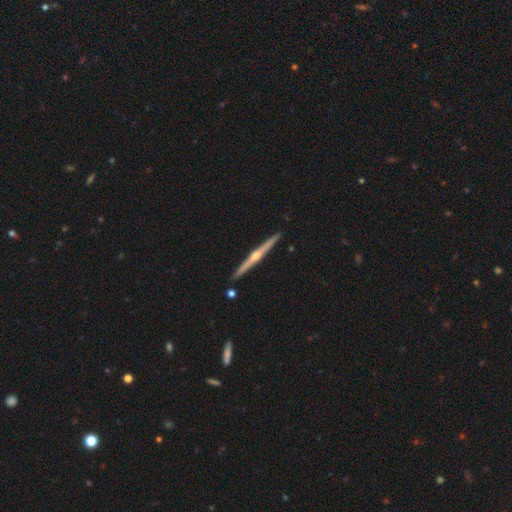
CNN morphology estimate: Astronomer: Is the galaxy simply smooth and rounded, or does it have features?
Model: featured or disk — 82%.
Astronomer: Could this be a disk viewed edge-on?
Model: yes — 98%.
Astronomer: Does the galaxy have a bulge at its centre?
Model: rounded — 90%.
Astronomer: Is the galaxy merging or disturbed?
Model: none — 92%.